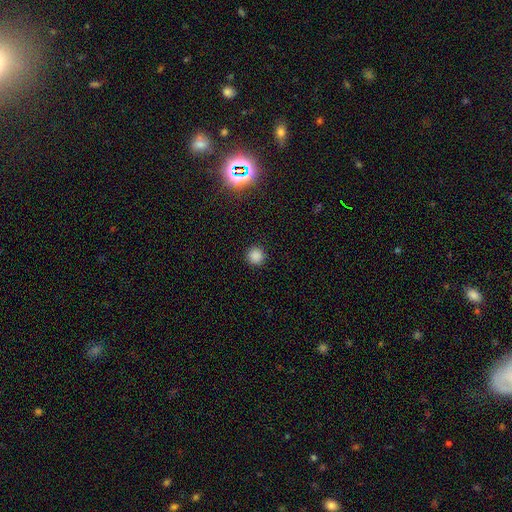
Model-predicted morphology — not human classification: Q: Smooth or featured?
A: smooth (85%); runner-up: star or artifact (13%)
Q: How rounded?
A: round (95%); runner-up: in between (4%)
Q: Merging?
A: none (92%); runner-up: minor disturbance (5%)